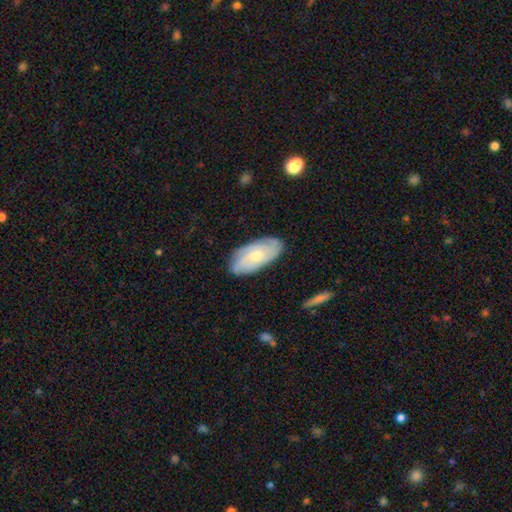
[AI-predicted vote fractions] smooth_or_featured: featured or disk (p=0.61) [alt: smooth p=0.32]
disk_edge_on: no (p=0.92) [alt: yes p=0.08]
bar: no (p=0.73) [alt: weak p=0.23]
has_spiral_arms: yes (p=0.88) [alt: no p=0.12]
spiral_winding: tight (p=0.61) [alt: medium p=0.30]
spiral_arm_count: can't tell (p=0.44) [alt: 3 p=0.19]
bulge_size: moderate (p=0.48) [alt: small p=0.47]
merging: none (p=0.81) [alt: minor disturbance p=0.15]